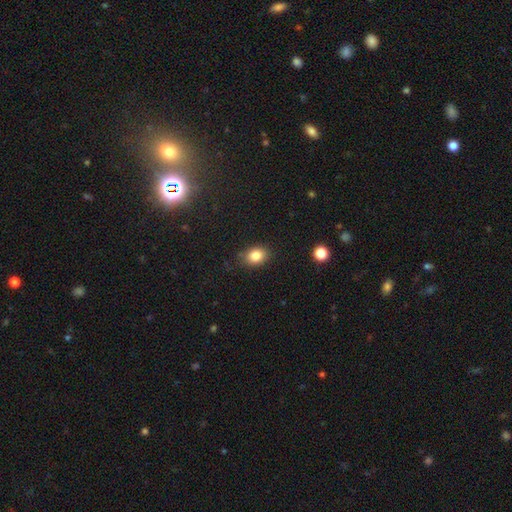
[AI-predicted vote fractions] A smooth galaxy with no disk features (83%) that is in between round and cigar-shaped (57%).

Vote fractions:
- Smooth or featured? smooth: 83% / star or artifact: 10% / featured or disk: 7%
- How rounded? in between: 57% / round: 42% / cigar-shaped: 1%
- Merging? none: 83% / minor disturbance: 13% / major disturbance: 3% / merger: 1%